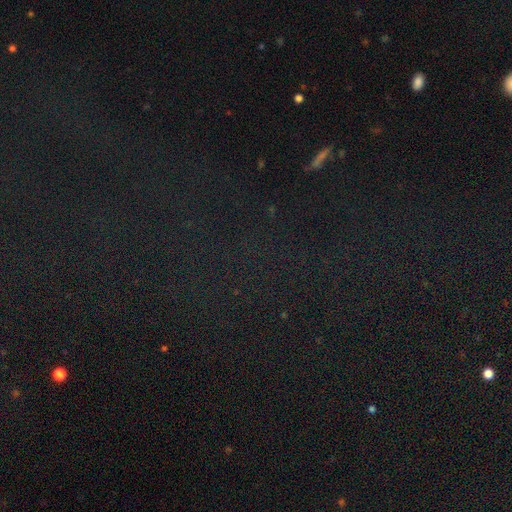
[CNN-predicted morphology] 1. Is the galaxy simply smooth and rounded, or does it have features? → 80% star or artifact, 13% smooth, 8% featured or disk.